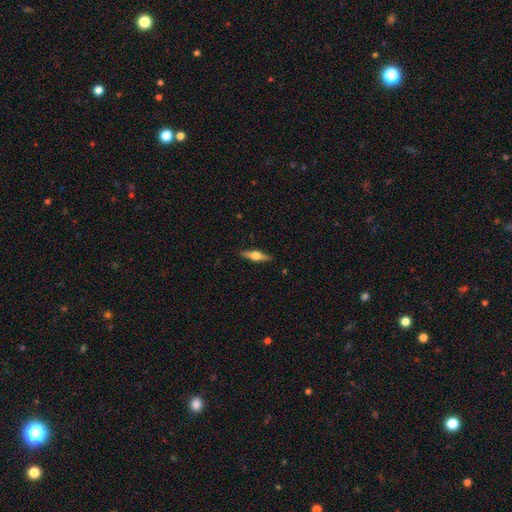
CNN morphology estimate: Smooth or featured?
  - featured or disk: 66% *
  - smooth: 29%
  - star or artifact: 5%
Edge-on disk?
  - yes: 97% *
  - no: 3%
Edge-on bulge?
  - rounded: 95% *
  - boxy: 4%
  - none: 2%
Merging?
  - none: 90% *
  - minor disturbance: 7%
  - major disturbance: 2%
  - merger: 1%